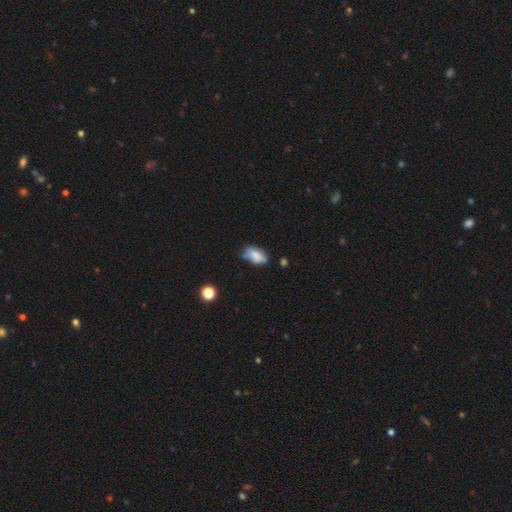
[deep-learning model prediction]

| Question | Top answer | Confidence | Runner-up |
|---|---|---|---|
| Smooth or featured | smooth | 74% | featured or disk (17%) |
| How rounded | in between | 90% | round (6%) |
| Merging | none | 49% | minor disturbance (32%) |